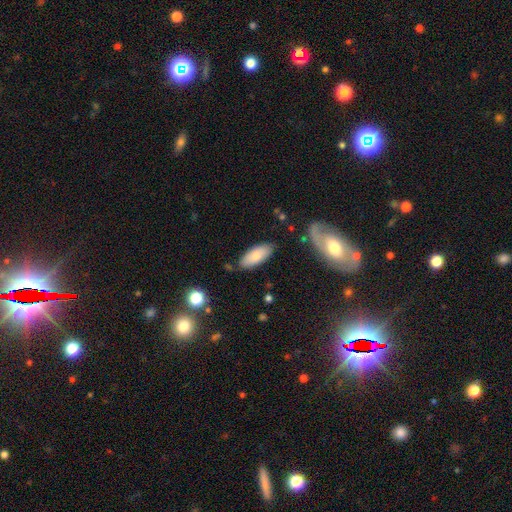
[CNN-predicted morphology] Smooth or featured: smooth — 78% (featured or disk — 16%)
How rounded: in between — 82% (cigar-shaped — 16%)
Merging: none — 80% (minor disturbance — 14%)